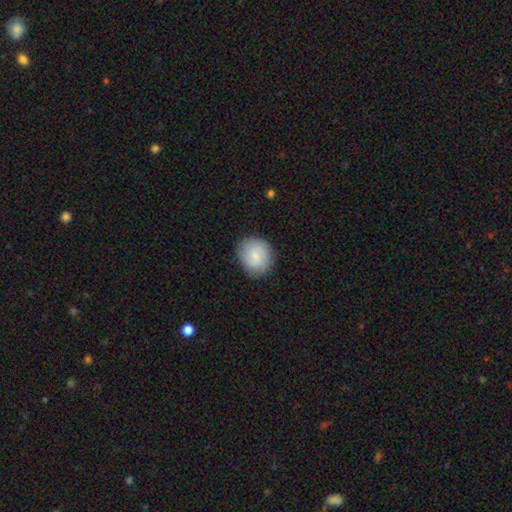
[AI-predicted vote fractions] Smooth or featured? smooth (75%)
How rounded? round (74%)
Merging? none (85%)